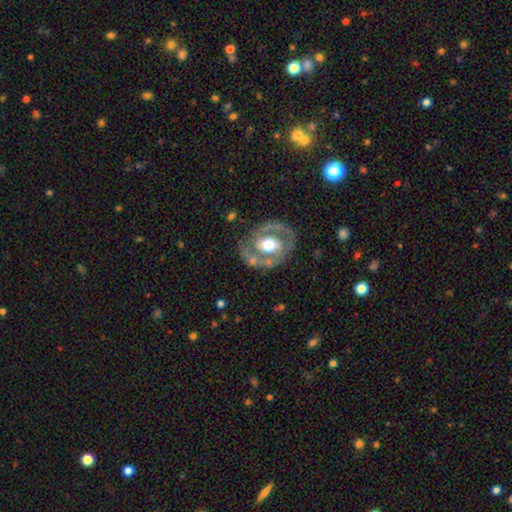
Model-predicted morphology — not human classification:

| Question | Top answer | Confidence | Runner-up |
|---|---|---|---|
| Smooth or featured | featured or disk | 74% | smooth (21%) |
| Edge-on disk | no | 96% | yes (4%) |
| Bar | no | 52% | weak (32%) |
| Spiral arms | yes | 61% | no (39%) |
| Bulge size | moderate | 60% | large (31%) |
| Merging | none | 73% | minor disturbance (15%) |